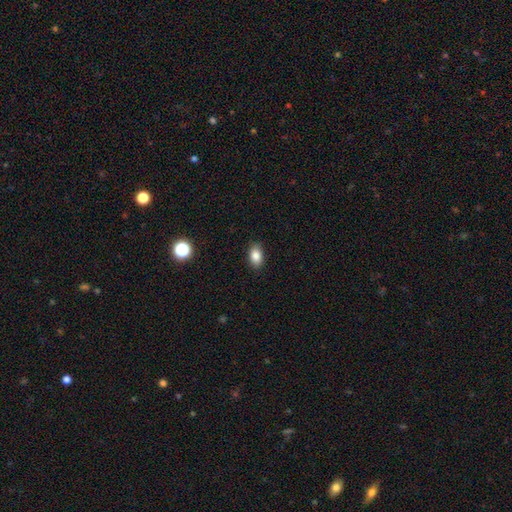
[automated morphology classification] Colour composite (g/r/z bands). It shows a smooth galaxy with no disk features (85%) that is in between round and cigar-shaped (86%). Merging: none (87%).